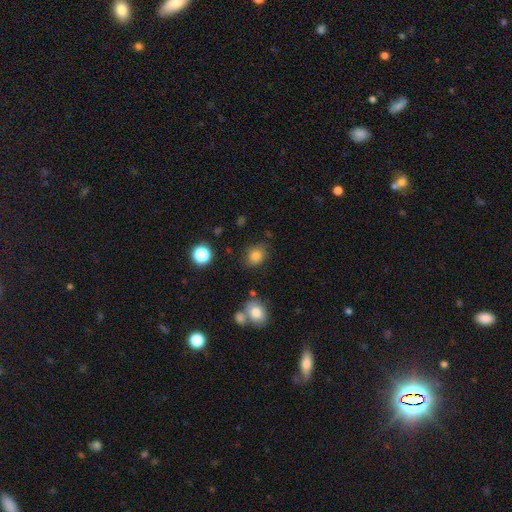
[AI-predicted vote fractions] Q: Smooth or featured?
A: smooth (81%); runner-up: star or artifact (13%)
Q: How rounded?
A: round (62%); runner-up: in between (37%)
Q: Merging?
A: none (80%); runner-up: minor disturbance (12%)